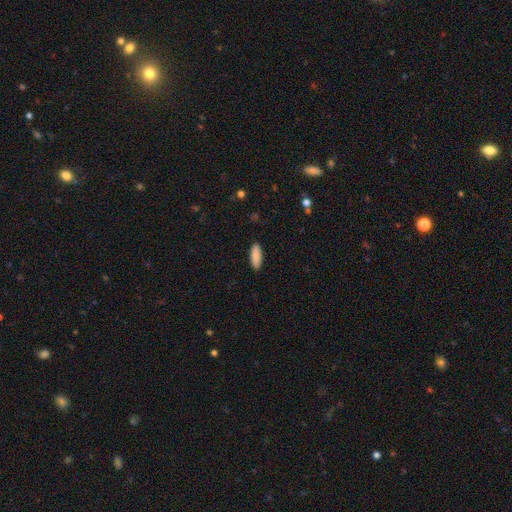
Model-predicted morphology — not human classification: smooth-or-featured: smooth: 89% | star or artifact: 6% | featured or disk: 5%
  how-rounded: in between: 64% | cigar-shaped: 35% | round: 2%
  merging: none: 90% | minor disturbance: 7% | major disturbance: 2% | merger: 1%